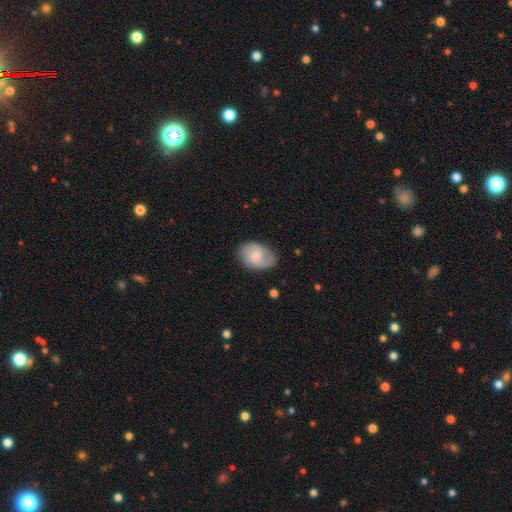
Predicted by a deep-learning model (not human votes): Q: Smooth or featured?
A: smooth (55%); runner-up: featured or disk (38%)
Q: How rounded?
A: in between (79%); runner-up: round (20%)
Q: Merging?
A: none (68%); runner-up: minor disturbance (23%)